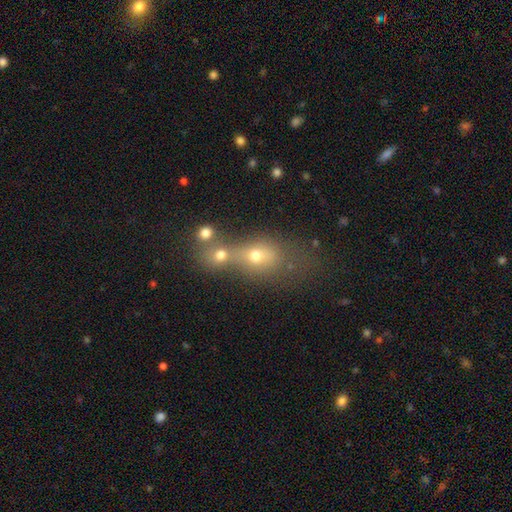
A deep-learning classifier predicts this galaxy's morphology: type=smooth (64%); roundness=in between (49%); merging=merger (58%).